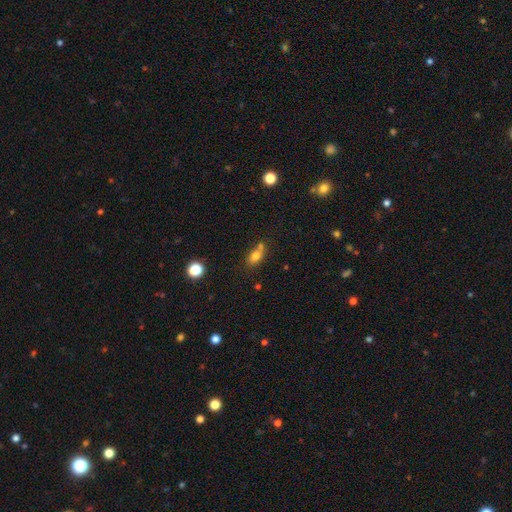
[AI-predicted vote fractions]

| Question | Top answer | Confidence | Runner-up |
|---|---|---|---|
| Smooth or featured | smooth | 74% | featured or disk (14%) |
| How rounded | in between | 73% | round (19%) |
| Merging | none | 46% | merger (31%) |